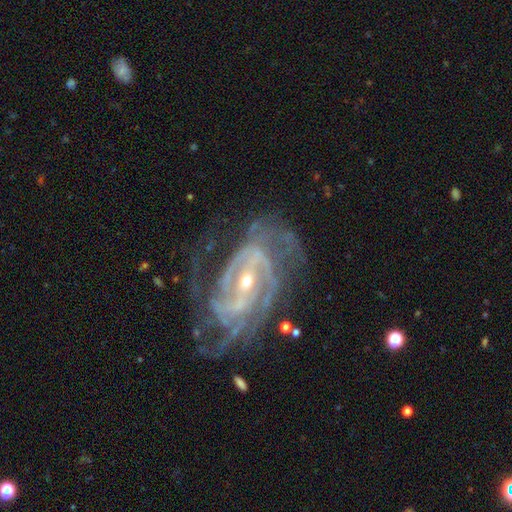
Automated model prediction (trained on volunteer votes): A featured or disk galaxy (90%) with a strong bar (39%), 2 (31%) tight (49%) spiral arms (96%) and a small central bulge (66%). Merging: none (50%).